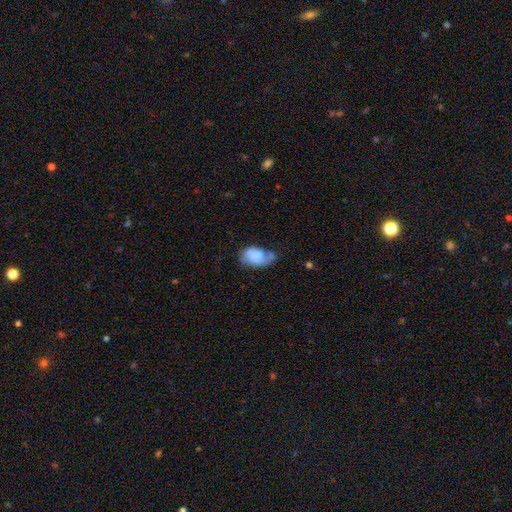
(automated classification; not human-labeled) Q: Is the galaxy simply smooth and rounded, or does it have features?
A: smooth — 61%.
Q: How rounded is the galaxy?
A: in between — 92%.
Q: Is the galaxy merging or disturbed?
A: none — 38%.